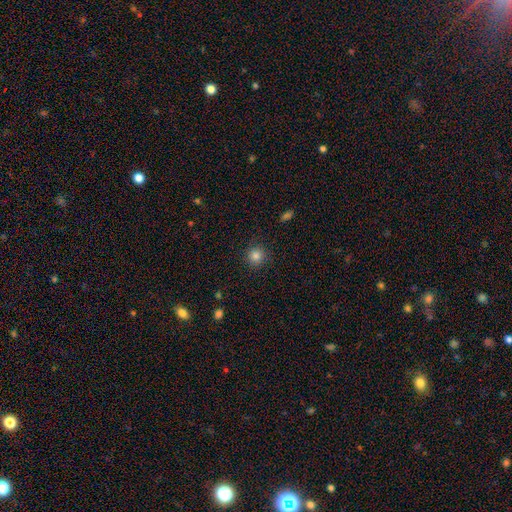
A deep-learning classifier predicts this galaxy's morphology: smooth_or_featured: smooth (p=0.83) [alt: star or artifact p=0.12]
how_rounded: round (p=0.93) [alt: in between p=0.06]
merging: none (p=0.89) [alt: minor disturbance p=0.07]